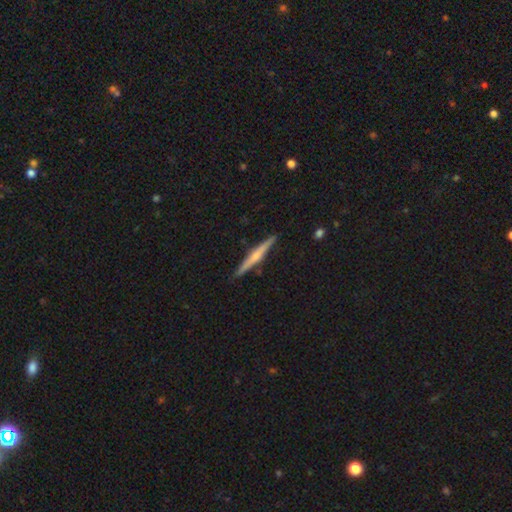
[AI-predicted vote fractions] Smooth or featured? Predicted: featured or disk (p=0.63). Edge-on disk? Predicted: yes (p=0.98). Edge-on bulge? Predicted: rounded (p=0.71). Merging? Predicted: none (p=0.90).